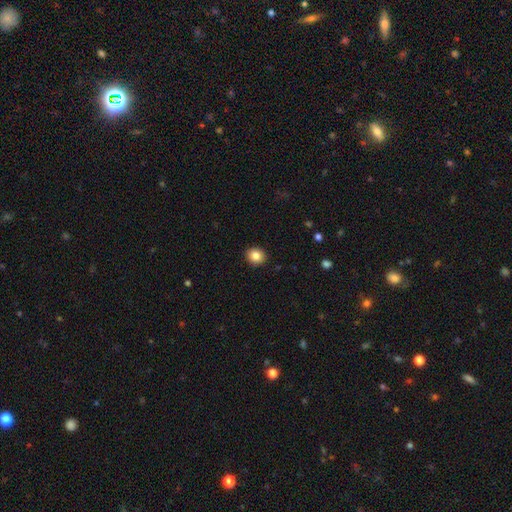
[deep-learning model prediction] Q: Smooth or featured?
A: smooth (84%); runner-up: star or artifact (9%)
Q: How rounded?
A: round (72%); runner-up: in between (27%)
Q: Merging?
A: none (91%); runner-up: minor disturbance (6%)